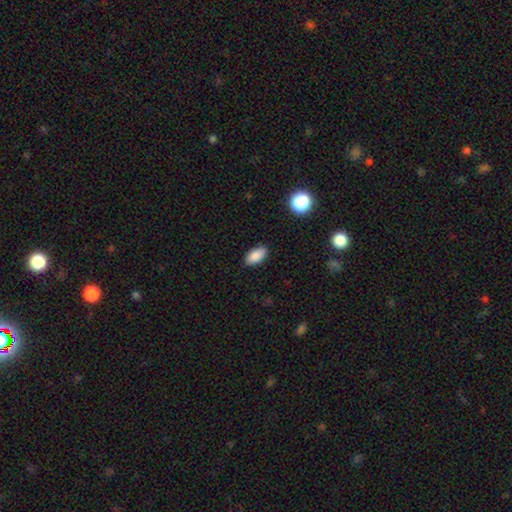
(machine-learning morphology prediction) A smooth galaxy with no disk features (87%) that is in between round and cigar-shaped (92%).

Vote fractions:
- Smooth or featured? smooth: 87% / star or artifact: 8% / featured or disk: 5%
- How rounded? in between: 92% / cigar-shaped: 4% / round: 4%
- Merging? none: 86% / minor disturbance: 10% / major disturbance: 2% / merger: 1%